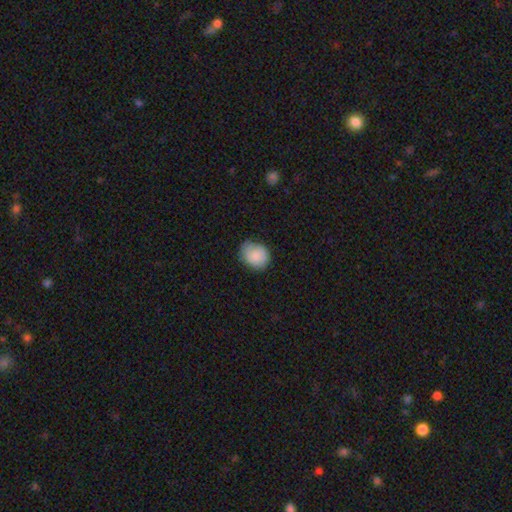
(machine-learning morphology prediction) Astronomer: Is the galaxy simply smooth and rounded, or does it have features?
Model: smooth — 84%.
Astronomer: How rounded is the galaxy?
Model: round — 60% (runner-up: in between, 39%).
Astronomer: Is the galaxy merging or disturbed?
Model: none — 62%.